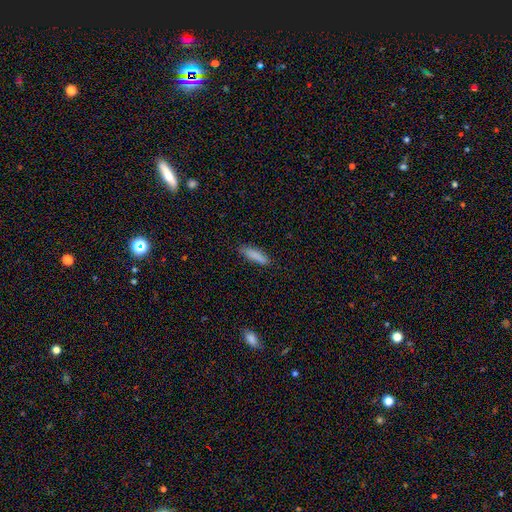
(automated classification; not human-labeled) Smooth or featured? smooth (86%)
How rounded? cigar-shaped (63%)
Merging? none (82%)